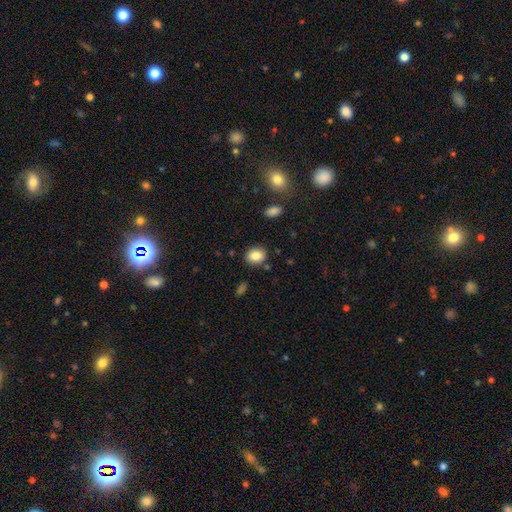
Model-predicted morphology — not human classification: Smooth or featured? smooth (84%)
How rounded? round (55%)
Merging? none (86%)